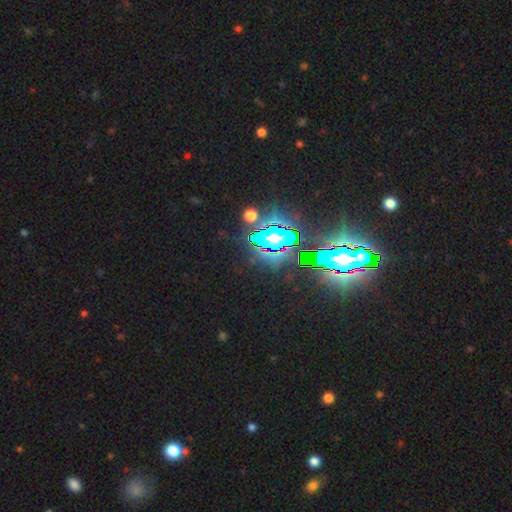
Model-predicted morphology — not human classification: smooth_or_featured: star or artifact (p=0.85) [alt: smooth p=0.08]